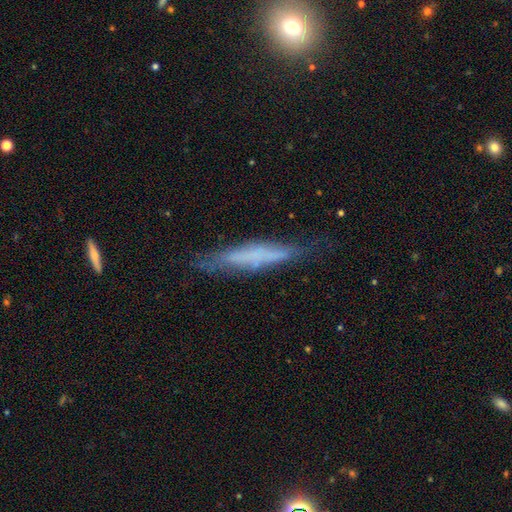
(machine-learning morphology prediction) Overall: featured or disk (45%, tied with smooth). Merging: none (69%).